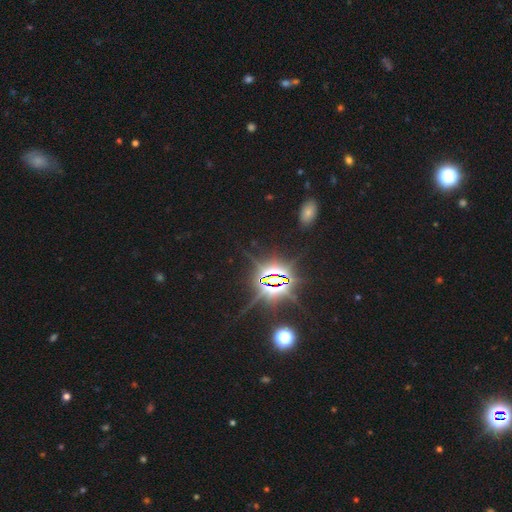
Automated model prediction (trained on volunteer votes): The model was most divided on "smooth or featured": star or artifact: 84%, smooth: 10%, featured or disk: 6%.